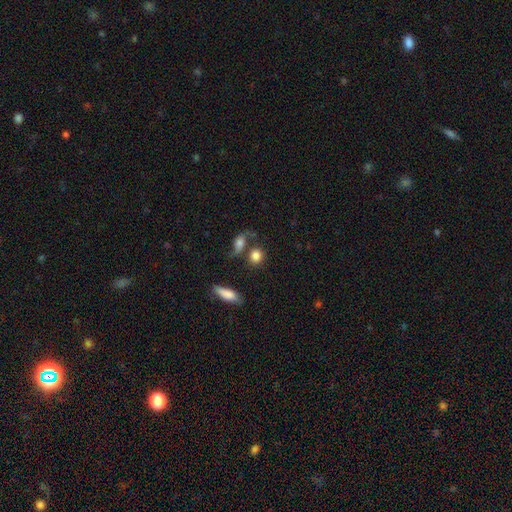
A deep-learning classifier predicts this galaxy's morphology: smooth 82%, featured or disk 9%, star or artifact 9%. Down the decision tree: how rounded — round (70%); merging — none (58%).